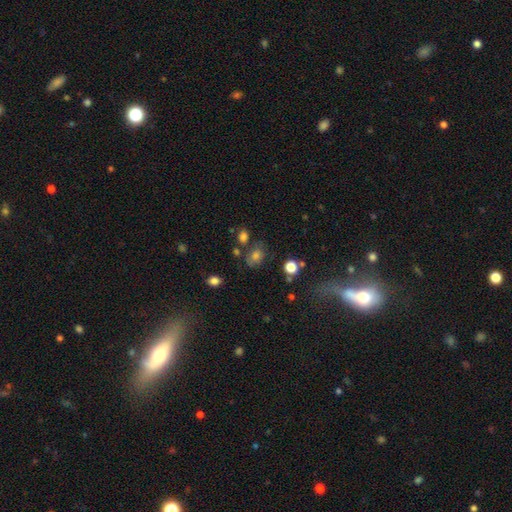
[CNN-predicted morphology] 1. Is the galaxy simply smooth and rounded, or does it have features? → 64% smooth, 19% star or artifact, 17% featured or disk.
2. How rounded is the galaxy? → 54% in between, 45% round, 1% cigar-shaped.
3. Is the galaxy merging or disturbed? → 62% none, 20% minor disturbance, 10% major disturbance, 9% merger.